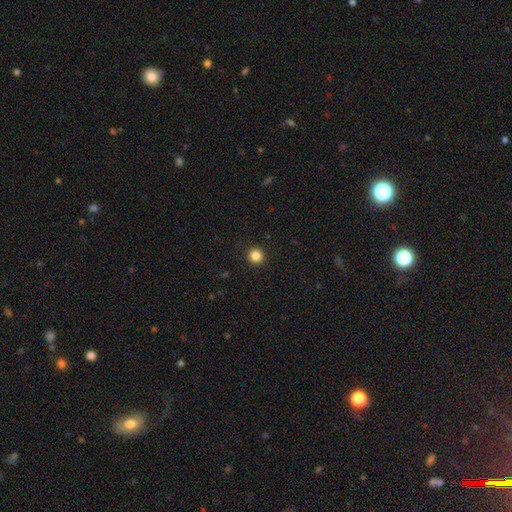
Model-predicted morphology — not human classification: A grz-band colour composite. It shows a smooth galaxy with no disk features (85%) that is round (95%). Merging: none (93%).